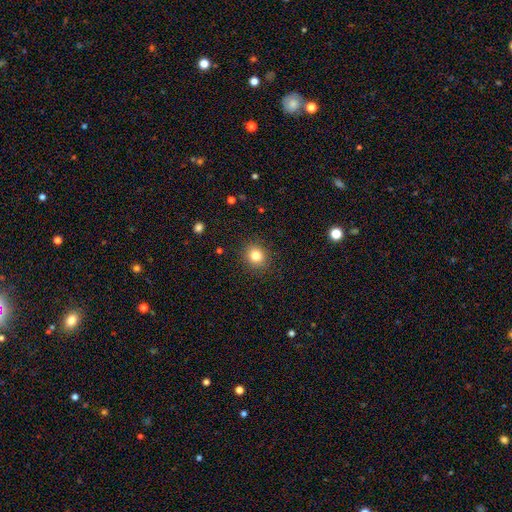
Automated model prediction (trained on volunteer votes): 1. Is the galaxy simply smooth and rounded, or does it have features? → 82% smooth, 12% star or artifact, 6% featured or disk.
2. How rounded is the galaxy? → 84% round, 15% in between, 1% cigar-shaped.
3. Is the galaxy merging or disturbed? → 90% none, 7% minor disturbance, 2% major disturbance, 1% merger.